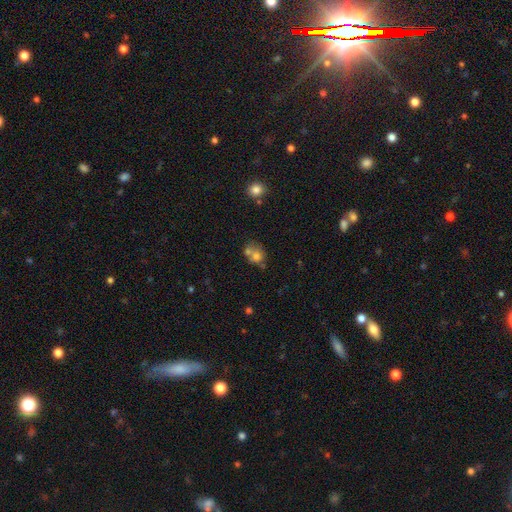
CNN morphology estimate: Q: Smooth or featured?
A: smooth (67%); runner-up: featured or disk (21%)
Q: How rounded?
A: round (64%); runner-up: in between (35%)
Q: Merging?
A: merger (48%); runner-up: none (35%)